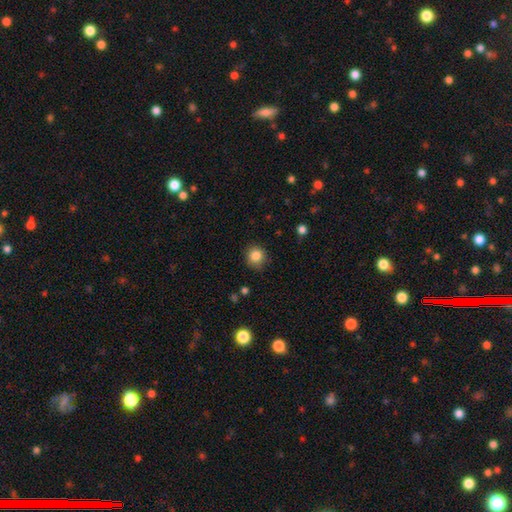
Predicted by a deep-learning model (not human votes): smooth_or_featured: smooth (p=0.84) [alt: star or artifact p=0.11]
how_rounded: round (p=0.90) [alt: in between p=0.09]
merging: none (p=0.84) [alt: minor disturbance p=0.12]